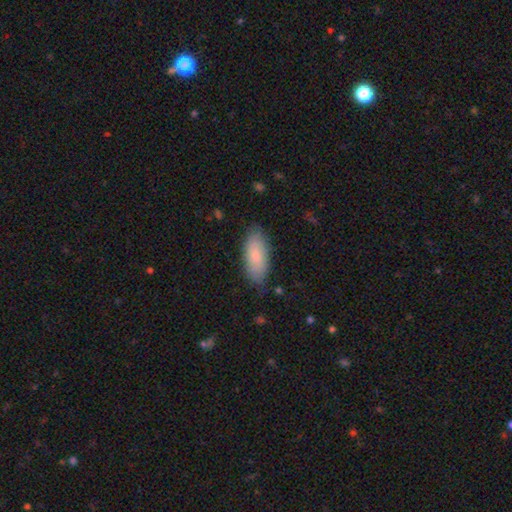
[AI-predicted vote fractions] A smooth galaxy with no disk features (83%) that is in between round and cigar-shaped (84%).

Vote fractions:
- Smooth or featured? smooth: 83% / featured or disk: 11% / star or artifact: 6%
- How rounded? in between: 84% / cigar-shaped: 14% / round: 2%
- Merging? none: 81% / minor disturbance: 15% / major disturbance: 3% / merger: 1%